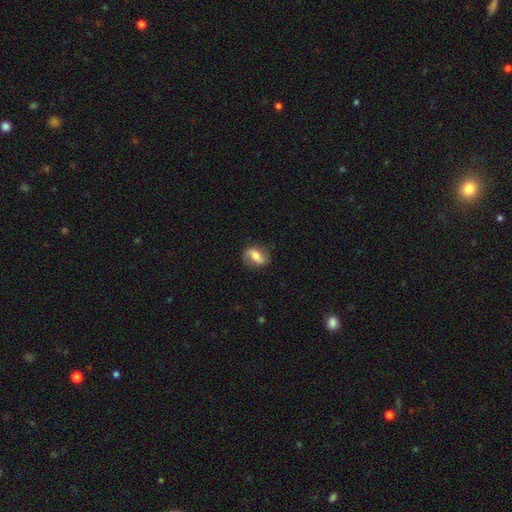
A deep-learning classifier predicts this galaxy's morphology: featured or disk 48%, smooth 44%, star or artifact 8%. Down the decision tree: merging — none (72%).